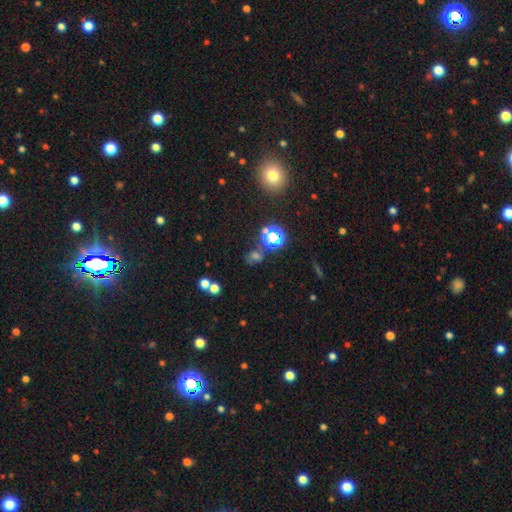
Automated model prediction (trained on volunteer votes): Smooth or featured: star or artifact — 48% (smooth — 41%)